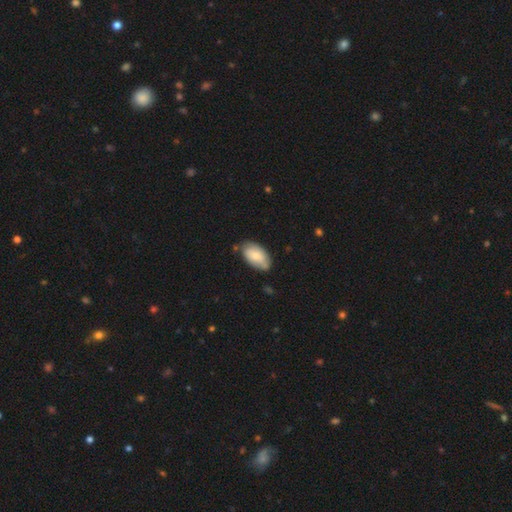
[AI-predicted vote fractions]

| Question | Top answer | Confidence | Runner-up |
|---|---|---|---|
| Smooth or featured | smooth | 71% | featured or disk (23%) |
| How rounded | in between | 94% | round (3%) |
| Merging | none | 68% | minor disturbance (24%) |